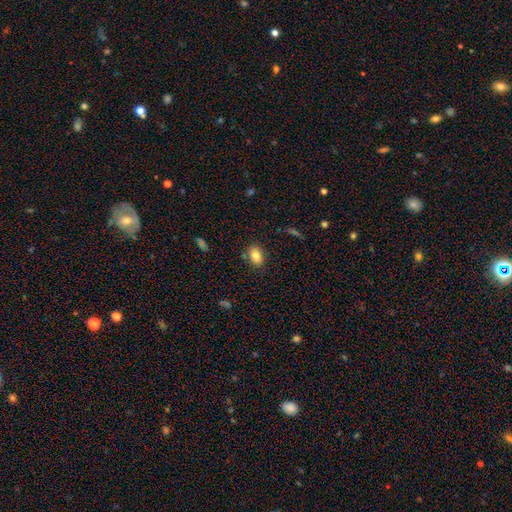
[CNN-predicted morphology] Smooth or featured? Predicted: smooth (p=0.81). How rounded? Predicted: in between (p=0.81). Merging? Predicted: none (p=0.82).